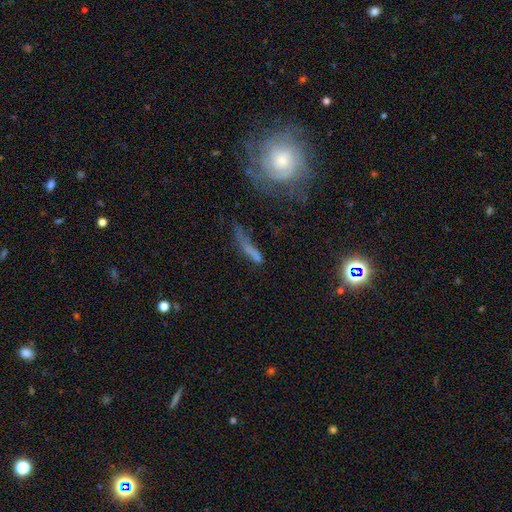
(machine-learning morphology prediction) Overall: smooth (53%; featured or disk 28%). How rounded: cigar-shaped (76%). Merging: none (40%; major disturbance 25%).